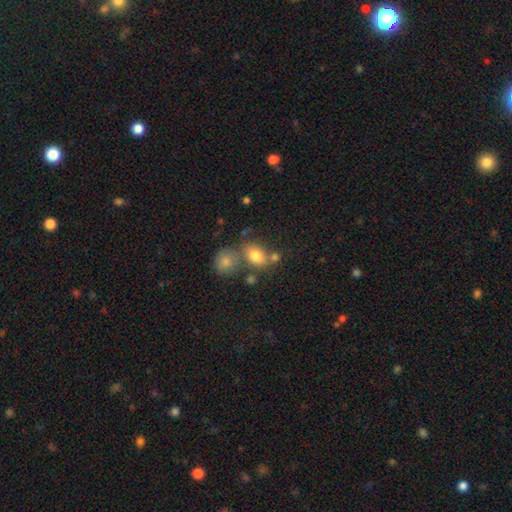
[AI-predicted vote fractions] Smooth or featured?
  - smooth: 78% *
  - star or artifact: 11%
  - featured or disk: 11%
How rounded?
  - in between: 70% *
  - round: 28%
  - cigar-shaped: 2%
Merging?
  - none: 51% *
  - merger: 29%
  - minor disturbance: 14%
  - major disturbance: 6%